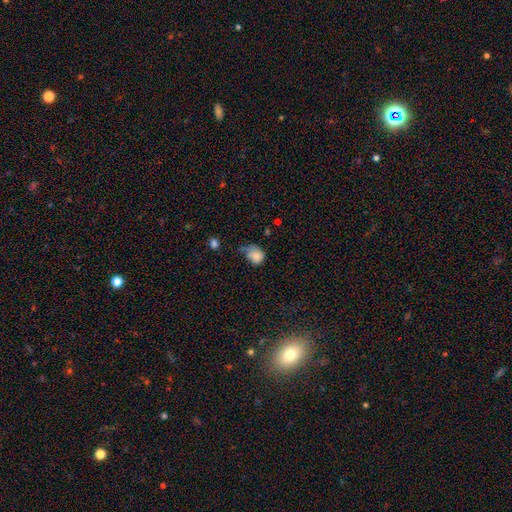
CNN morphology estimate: Overall: smooth (75%). How rounded: round (52%; in between 47%). Merging: minor disturbance (37%; major disturbance 32%).